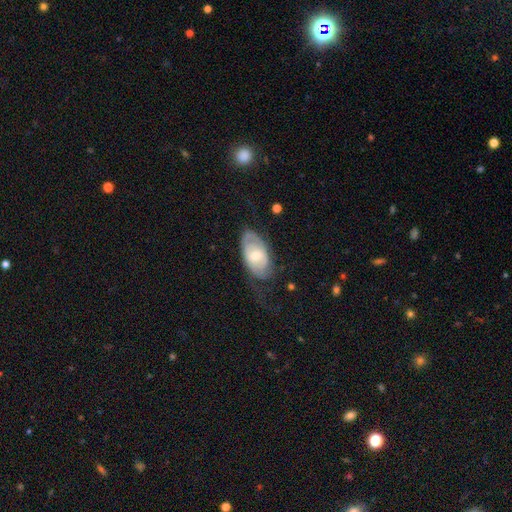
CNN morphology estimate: This is possibly a featured or disk galaxy (53%). It is clearly not viewed edge-on (92%). Merging: possibly none (55%).